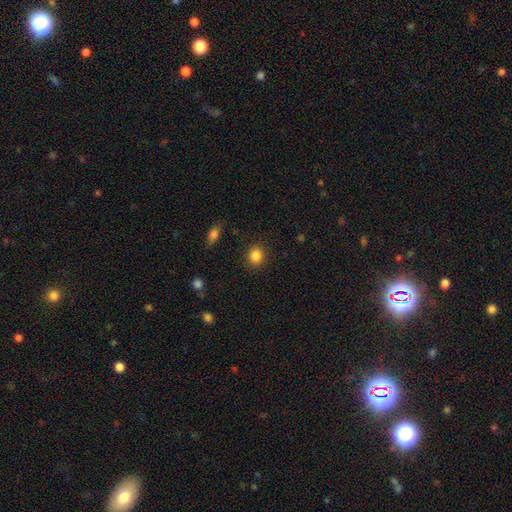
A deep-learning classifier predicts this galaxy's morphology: smooth-or-featured: smooth: 86% | star or artifact: 10% | featured or disk: 4%
  how-rounded: round: 77% | in between: 22% | cigar-shaped: 1%
  merging: none: 89% | minor disturbance: 7% | major disturbance: 3% | merger: 1%